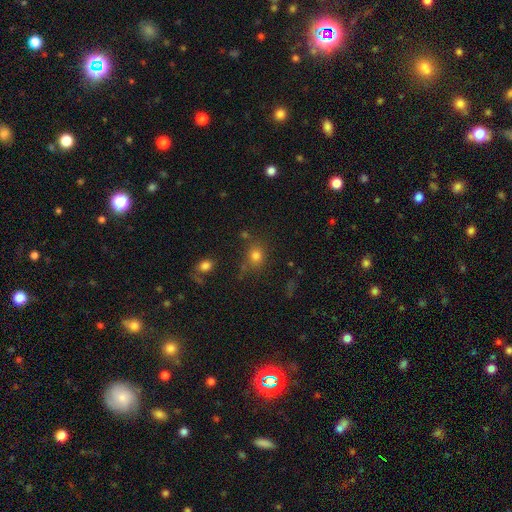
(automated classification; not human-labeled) Q: Smooth or featured?
A: smooth (78%); runner-up: star or artifact (15%)
Q: How rounded?
A: round (72%); runner-up: in between (27%)
Q: Merging?
A: none (73%); runner-up: minor disturbance (14%)